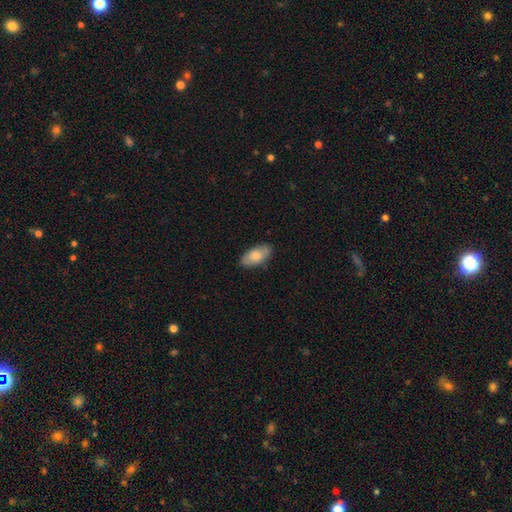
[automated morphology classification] Q: Smooth or featured?
A: smooth (78%); runner-up: featured or disk (17%)
Q: How rounded?
A: in between (93%); runner-up: cigar-shaped (4%)
Q: Merging?
A: none (82%); runner-up: minor disturbance (14%)